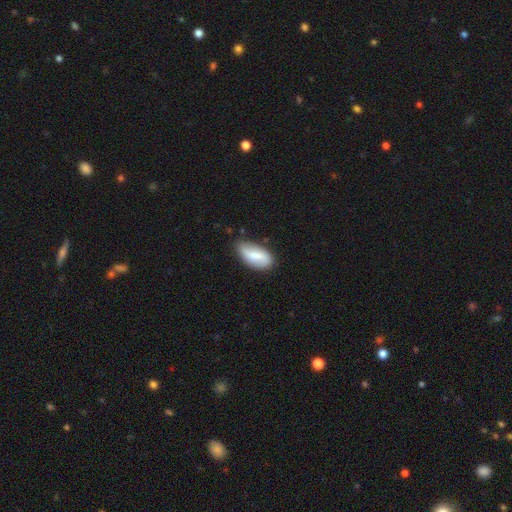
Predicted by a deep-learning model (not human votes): A smooth galaxy with no disk features (57%) that is in between round and cigar-shaped (91%). Merging: none (72%).